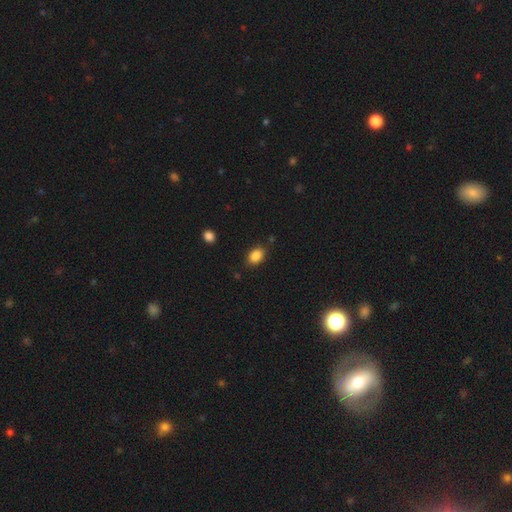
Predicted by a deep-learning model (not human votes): Morphology: type=smooth (87%); roundness=in between (82%); merging=none (84%).